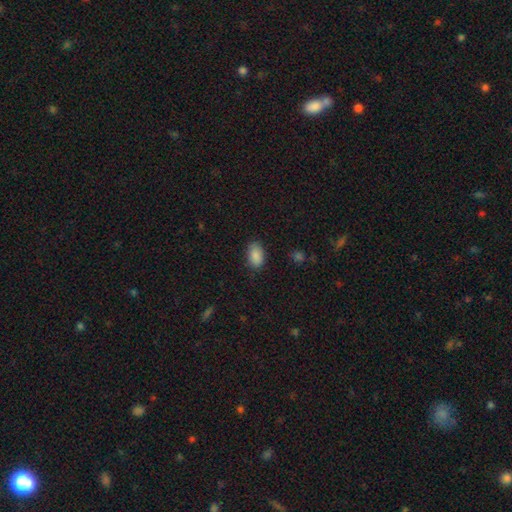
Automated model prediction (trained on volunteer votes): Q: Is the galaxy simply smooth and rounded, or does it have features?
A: smooth — 88%.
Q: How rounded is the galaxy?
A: in between — 91%.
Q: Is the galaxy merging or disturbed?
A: none — 81%.